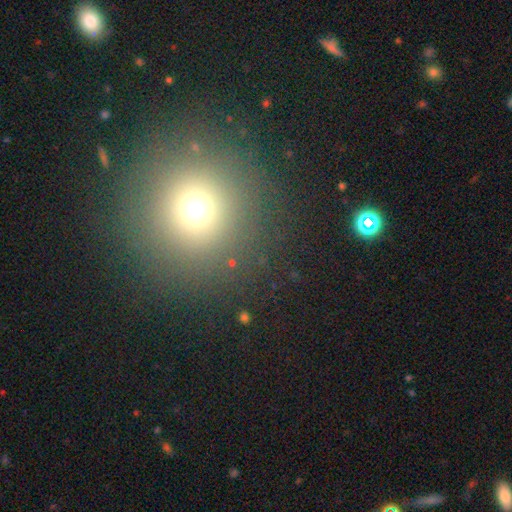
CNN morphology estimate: smooth-or-featured: smooth: 68% | star or artifact: 23% | featured or disk: 9%
  how-rounded: round: 95% | in between: 4% | cigar-shaped: 1%
  merging: none: 88% | minor disturbance: 6% | major disturbance: 3% | merger: 2%